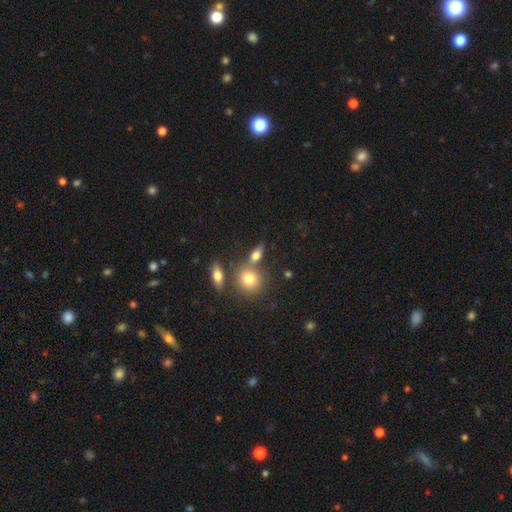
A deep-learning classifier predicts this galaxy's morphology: A smooth galaxy with no disk features (70%) that is in between round and cigar-shaped (60%). Merging: none (58%).